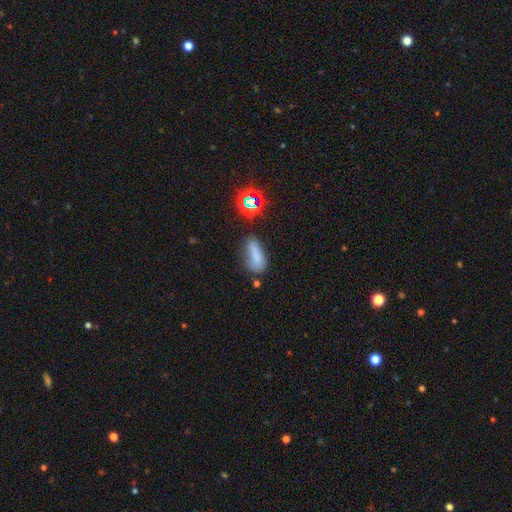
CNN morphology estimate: smooth_or_featured: smooth (p=0.72) [alt: star or artifact p=0.17]
how_rounded: in between (p=0.65) [alt: cigar-shaped p=0.29]
merging: none (p=0.47) [alt: minor disturbance p=0.27]